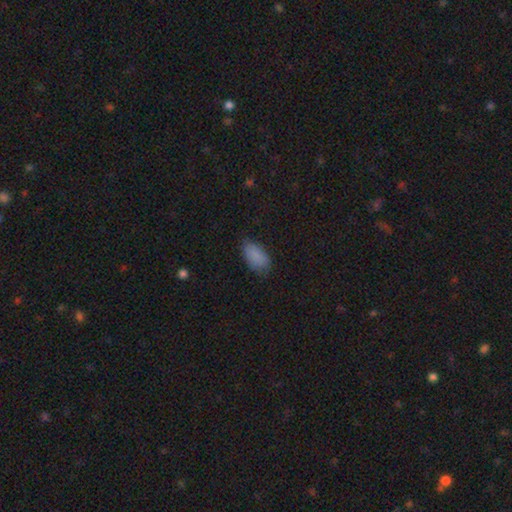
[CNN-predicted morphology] Overall: smooth (86%). How rounded: in between (93%). Merging: none (73%).